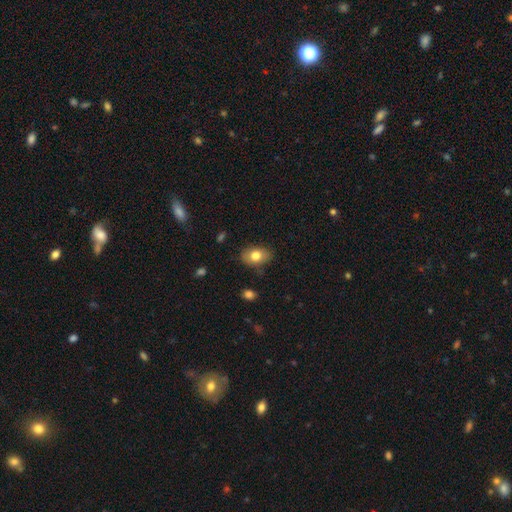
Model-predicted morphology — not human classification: Q: Smooth or featured?
A: smooth (77%); runner-up: featured or disk (14%)
Q: How rounded?
A: in between (80%); runner-up: round (19%)
Q: Merging?
A: none (80%); runner-up: minor disturbance (15%)